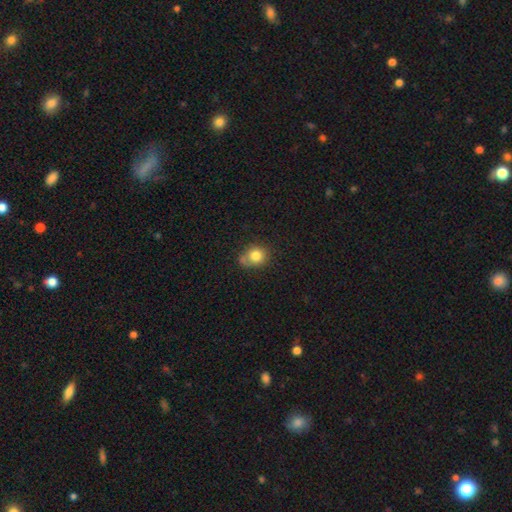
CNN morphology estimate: Q: Smooth or featured?
A: smooth (79%); runner-up: featured or disk (11%)
Q: How rounded?
A: round (68%); runner-up: in between (31%)
Q: Merging?
A: none (57%); runner-up: minor disturbance (27%)